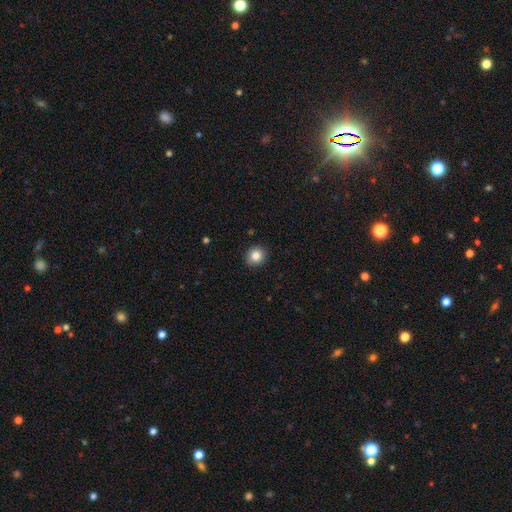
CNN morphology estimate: A smooth galaxy with no disk features (85%) that is round (84%).

Vote fractions:
- Smooth or featured? smooth: 85% / star or artifact: 10% / featured or disk: 5%
- How rounded? round: 84% / in between: 15% / cigar-shaped: 1%
- Merging? none: 90% / minor disturbance: 8% / major disturbance: 2% / merger: 1%